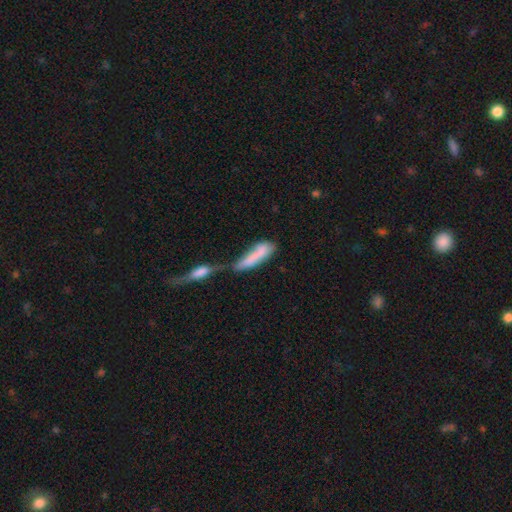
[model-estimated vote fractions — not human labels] Q: Smooth or featured?
A: smooth (70%); runner-up: featured or disk (22%)
Q: How rounded?
A: cigar-shaped (65%); runner-up: in between (33%)
Q: Merging?
A: merger (61%); runner-up: none (15%)